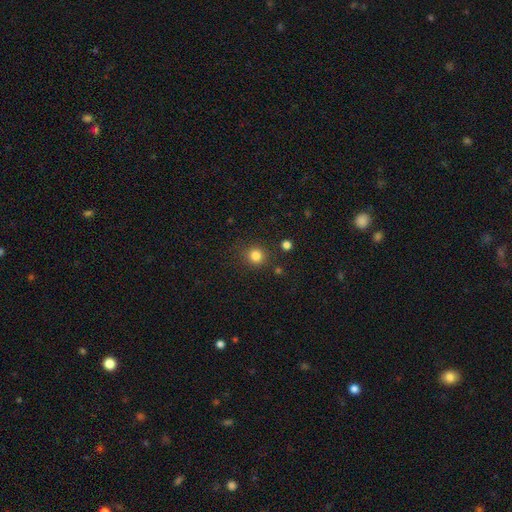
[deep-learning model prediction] Overall: smooth (83%). How rounded: round (92%). Merging: none (86%).